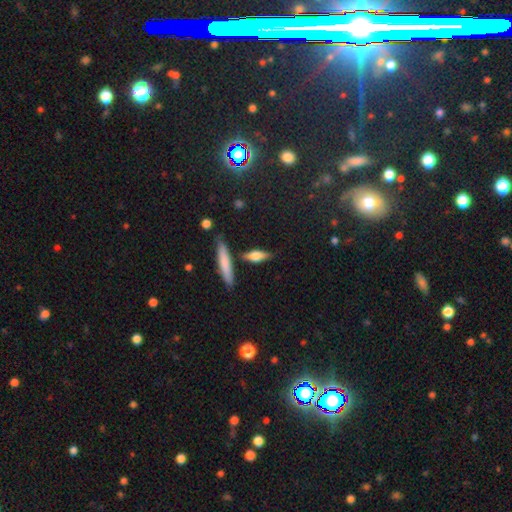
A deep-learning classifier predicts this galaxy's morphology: type=smooth (57%); roundness=cigar-shaped (58%); merging=none (76%).